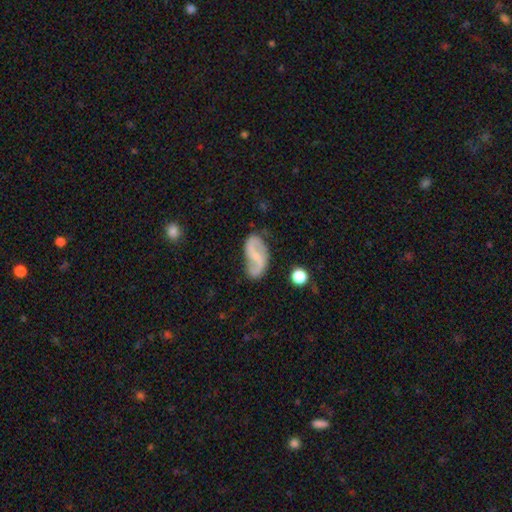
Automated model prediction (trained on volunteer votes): Smooth or featured?
  - featured or disk: 79% *
  - smooth: 15%
  - star or artifact: 6%
Edge-on disk?
  - no: 97% *
  - yes: 3%
Bar?
  - weak: 42% *
  - strong: 31%
  - no: 27%
Spiral arms?
  - yes: 92% *
  - no: 8%
Spiral winding?
  - loose: 53% *
  - medium: 34%
  - tight: 13%
Spiral arm count?
  - 2: 90% *
  - can't tell: 4%
  - 1: 3%
  - 3: 1%
  - 4: 1%
  - more than 4: 1%
Bulge size?
  - small: 57% *
  - none: 25%
  - moderate: 16%
  - large: 1%
  - dominant: 1%
Merging?
  - none: 72% *
  - minor disturbance: 19%
  - major disturbance: 7%
  - merger: 3%